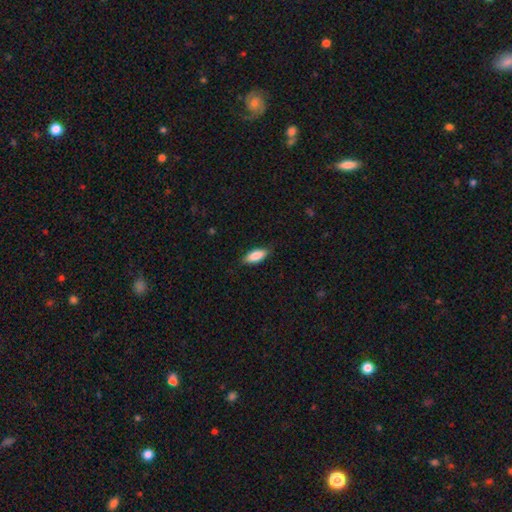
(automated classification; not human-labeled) Q: Smooth or featured?
A: smooth (85%); runner-up: featured or disk (9%)
Q: How rounded?
A: in between (78%); runner-up: cigar-shaped (20%)
Q: Merging?
A: none (84%); runner-up: minor disturbance (13%)